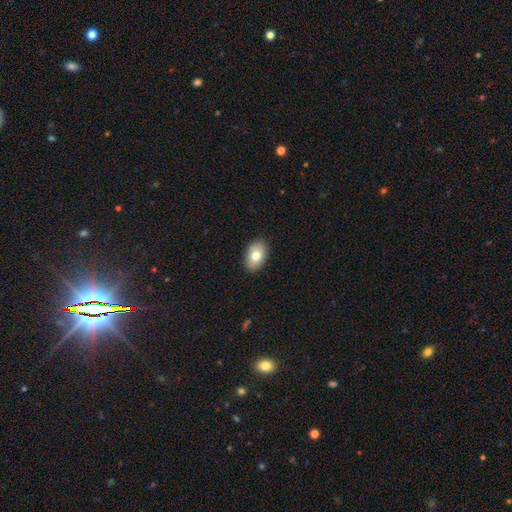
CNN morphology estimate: A smooth galaxy with no disk features (77%) that is in between round and cigar-shaped (88%). Merging: none (89%).